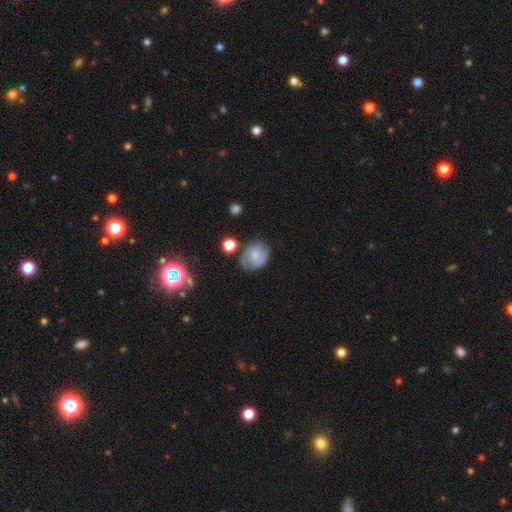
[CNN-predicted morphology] smooth_or_featured: smooth (p=0.54) [alt: featured or disk p=0.37]
how_rounded: round (p=0.62) [alt: in between p=0.36]
merging: none (p=0.58) [alt: minor disturbance p=0.27]